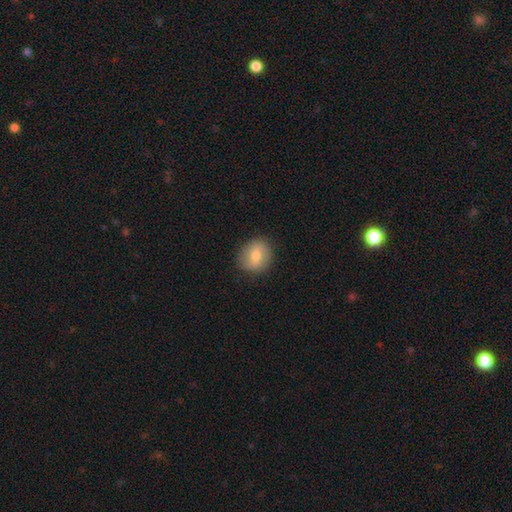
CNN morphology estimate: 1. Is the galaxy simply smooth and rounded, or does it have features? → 65% smooth, 27% featured or disk, 8% star or artifact.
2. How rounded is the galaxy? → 74% round, 24% in between, 1% cigar-shaped.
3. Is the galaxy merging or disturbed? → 87% none, 10% minor disturbance, 3% major disturbance, 1% merger.